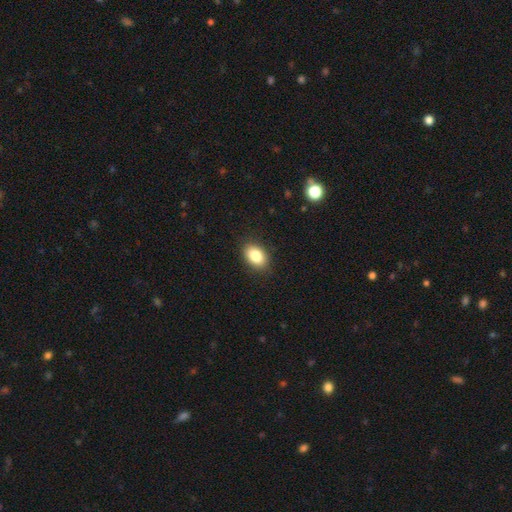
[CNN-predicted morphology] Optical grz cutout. It shows a smooth galaxy with no disk features (85%) that is in between round and cigar-shaped (86%). Merging: none (88%).